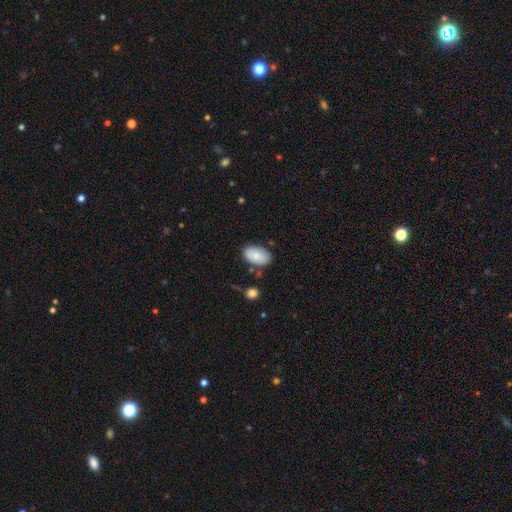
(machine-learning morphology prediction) smooth 84%, featured or disk 10%, star or artifact 6%. Down the decision tree: how rounded — in between (94%); merging — none (78%).